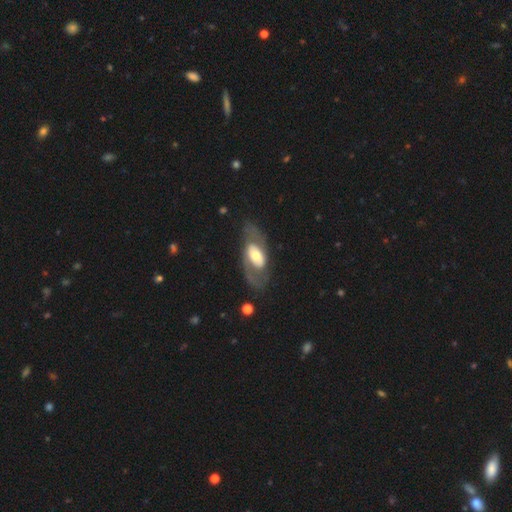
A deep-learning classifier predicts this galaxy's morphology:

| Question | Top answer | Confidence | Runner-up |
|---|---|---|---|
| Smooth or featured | featured or disk | 68% | smooth (27%) |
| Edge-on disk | no | 90% | yes (10%) |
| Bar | no | 51% | weak (29%) |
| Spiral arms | yes | 61% | no (39%) |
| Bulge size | moderate | 53% | large (25%) |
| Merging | none | 66% | minor disturbance (17%) |